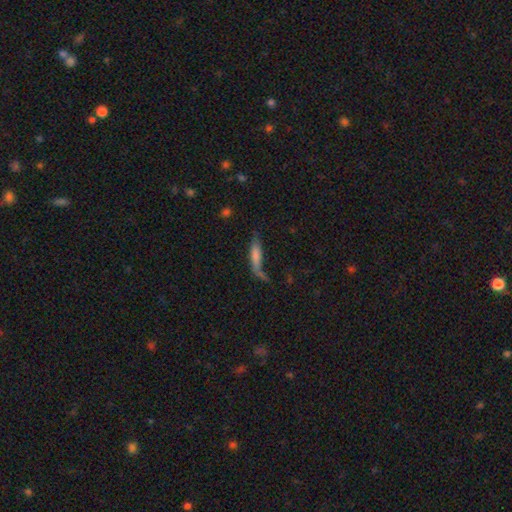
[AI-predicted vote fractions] Overall: smooth (65%; featured or disk 27%). How rounded: cigar-shaped (73%). Merging: none (42%; minor disturbance 24%).